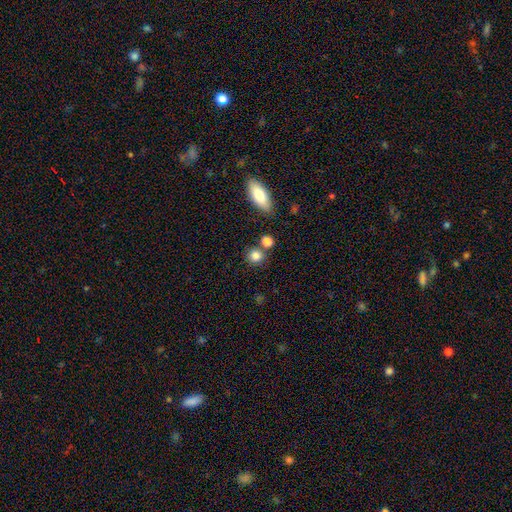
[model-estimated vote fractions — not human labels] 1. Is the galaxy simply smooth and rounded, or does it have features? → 83% smooth, 10% star or artifact, 6% featured or disk.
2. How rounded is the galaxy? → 84% round, 14% in between, 2% cigar-shaped.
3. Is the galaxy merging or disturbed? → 71% none, 16% merger, 9% minor disturbance, 3% major disturbance.